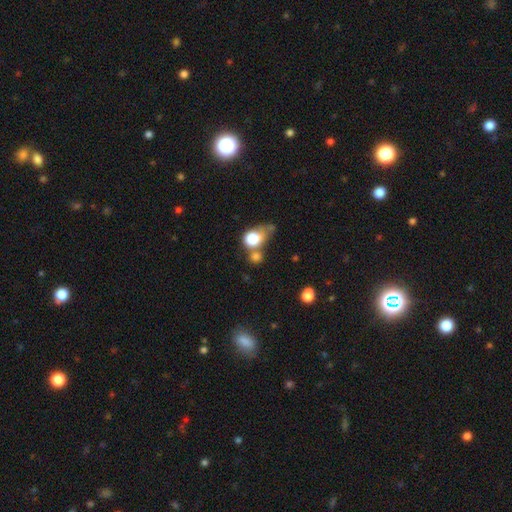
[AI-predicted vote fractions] Q: Smooth or featured?
A: smooth (76%); runner-up: star or artifact (12%)
Q: How rounded?
A: round (65%); runner-up: in between (34%)
Q: Merging?
A: none (38%); runner-up: merger (35%)